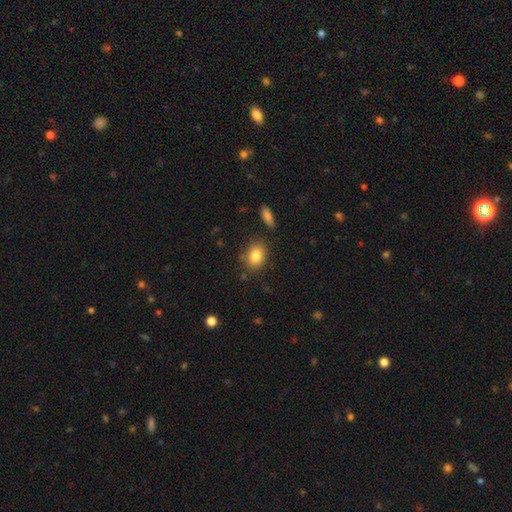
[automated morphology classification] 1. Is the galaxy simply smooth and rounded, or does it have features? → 84% smooth, 8% star or artifact, 8% featured or disk.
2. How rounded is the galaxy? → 63% in between, 36% round, 1% cigar-shaped.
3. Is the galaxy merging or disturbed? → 80% none, 13% minor disturbance, 4% merger, 3% major disturbance.